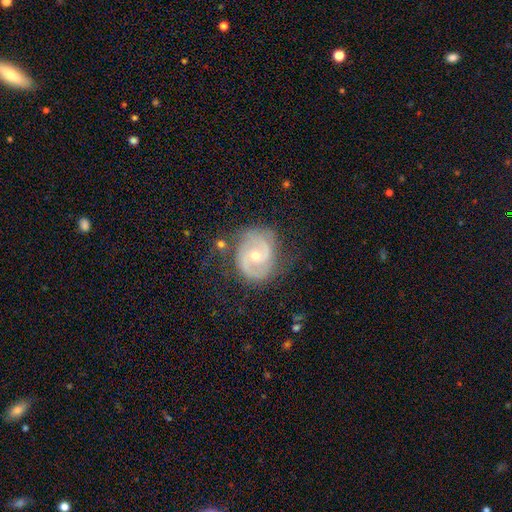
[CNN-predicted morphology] A featured or disk galaxy (85%) with no bar (58%), 2 (84%) medium (47%) spiral arms (95%) and a moderate central bulge (54%). Merging: none (71%).